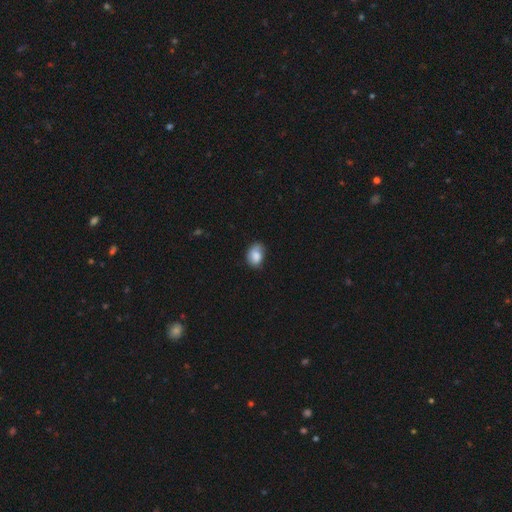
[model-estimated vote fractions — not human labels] smooth-or-featured: smooth: 80% | featured or disk: 12% | star or artifact: 8%
  how-rounded: in between: 72% | round: 27% | cigar-shaped: 1%
  merging: none: 58% | minor disturbance: 32% | major disturbance: 8% | merger: 2%